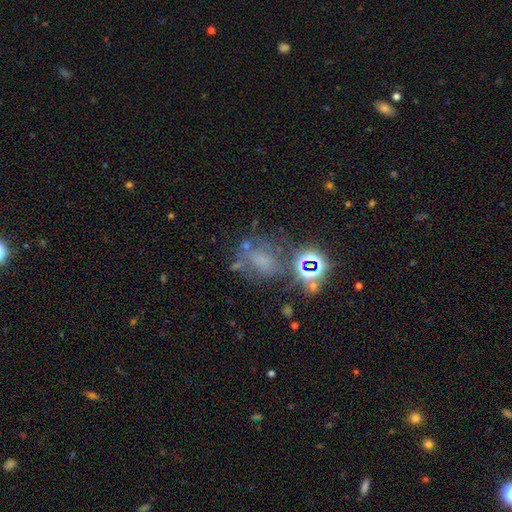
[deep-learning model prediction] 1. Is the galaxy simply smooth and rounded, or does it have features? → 41% star or artifact, 30% smooth, 29% featured or disk.